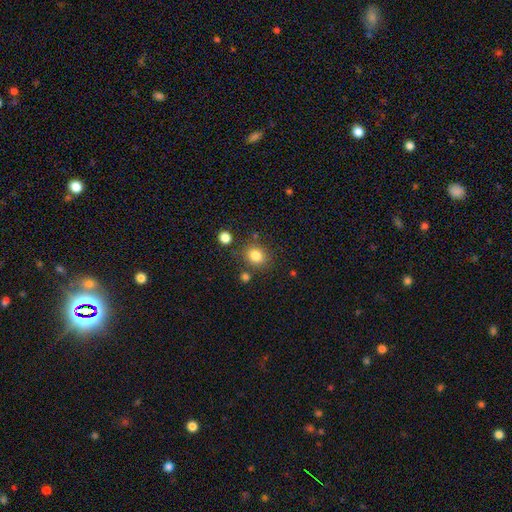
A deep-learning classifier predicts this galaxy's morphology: smooth_or_featured: smooth (p=0.83) [alt: star or artifact p=0.11]
how_rounded: round (p=0.69) [alt: in between p=0.30]
merging: none (p=0.78) [alt: minor disturbance p=0.11]